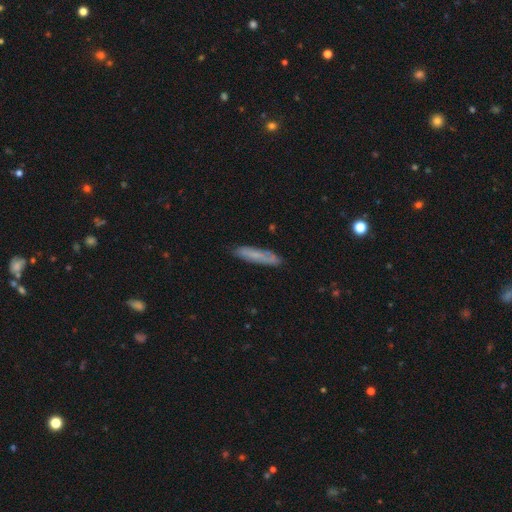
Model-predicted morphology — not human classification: Smooth or featured: smooth — 64% (featured or disk — 26%)
How rounded: cigar-shaped — 88% (in between — 10%)
Merging: none — 85% (minor disturbance — 11%)